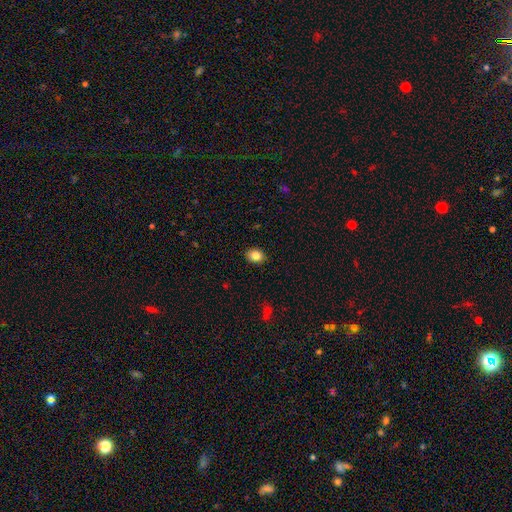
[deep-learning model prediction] smooth 84%, star or artifact 10%, featured or disk 7%. Down the decision tree: how rounded — in between (52%); merging — none (89%).